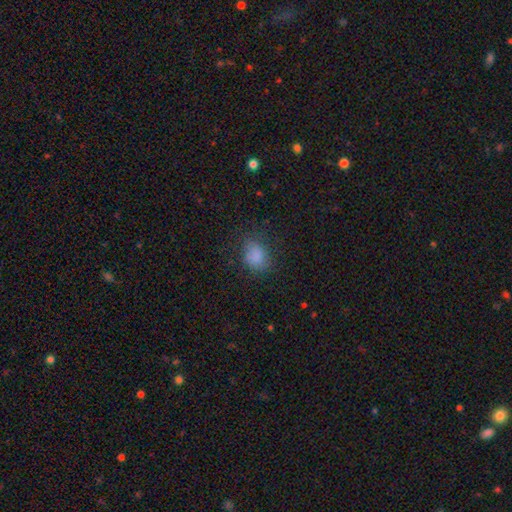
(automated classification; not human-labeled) This appears to be a smooth galaxy with no disk features (80%) that is in between round and cigar-shaped (57%). Merging: none (68%).